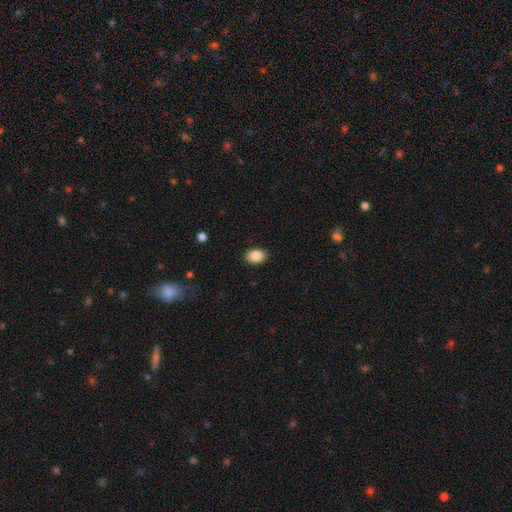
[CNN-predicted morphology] smooth_or_featured: smooth (p=0.88) [alt: star or artifact p=0.08]
how_rounded: in between (p=0.80) [alt: round p=0.19]
merging: none (p=0.90) [alt: minor disturbance p=0.07]